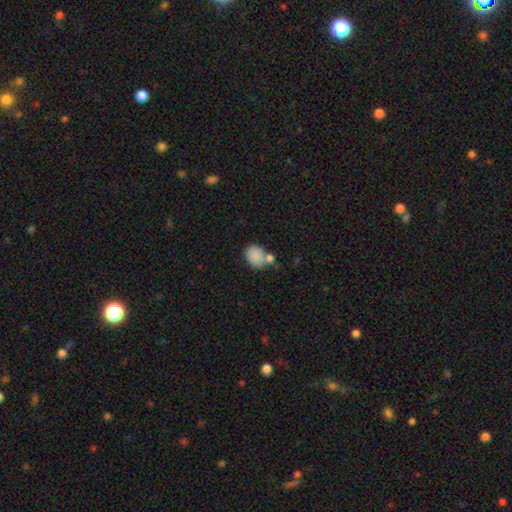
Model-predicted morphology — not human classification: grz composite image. It shows a smooth galaxy with no disk features (85%) that is round (55%). Merging: none (51%).